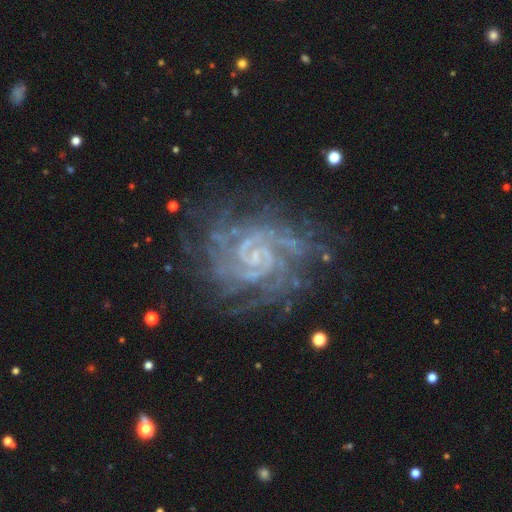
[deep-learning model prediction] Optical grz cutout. It shows a featured or disk galaxy (90%) with no bar (48%), 2 (33%) tight (74%) spiral arms (98%) and a small central bulge (70%). Merging: none (73%).